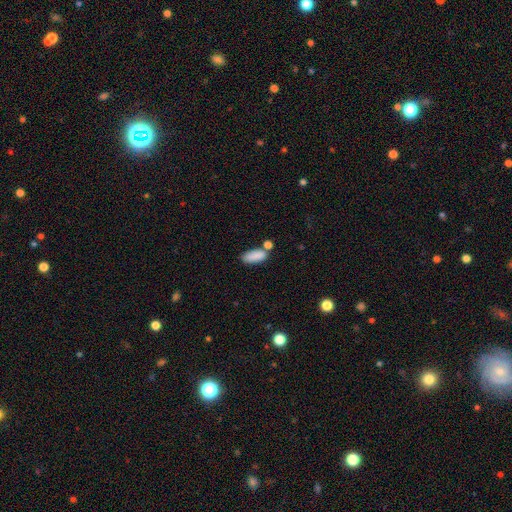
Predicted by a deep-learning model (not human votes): This is clearly a smooth galaxy (86%). How rounded: clearly in between (82%). Merging: likely none (61%).